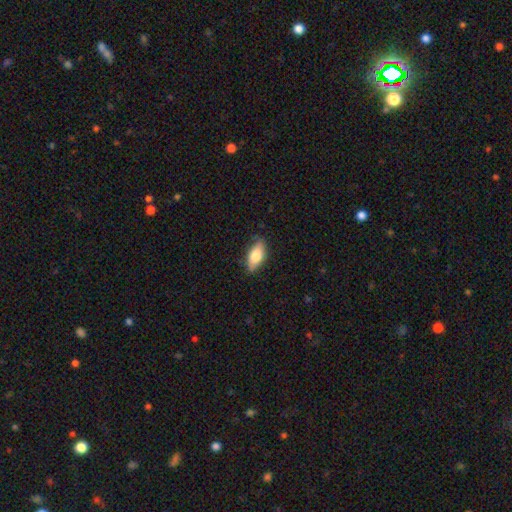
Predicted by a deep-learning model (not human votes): Smooth or featured?
  - smooth: 68% *
  - featured or disk: 26%
  - star or artifact: 7%
How rounded?
  - in between: 80% *
  - cigar-shaped: 16%
  - round: 4%
Merging?
  - none: 80% *
  - minor disturbance: 16%
  - major disturbance: 3%
  - merger: 1%